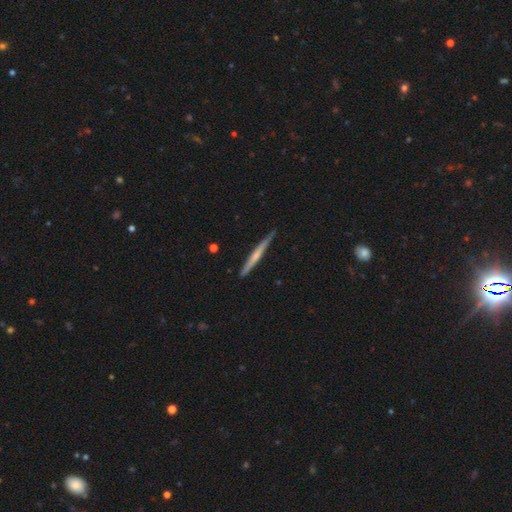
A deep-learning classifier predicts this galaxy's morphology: type=featured or disk (53%); edge-on=yes (97%); edge-on bulge=none (58%); merging=none (86%).